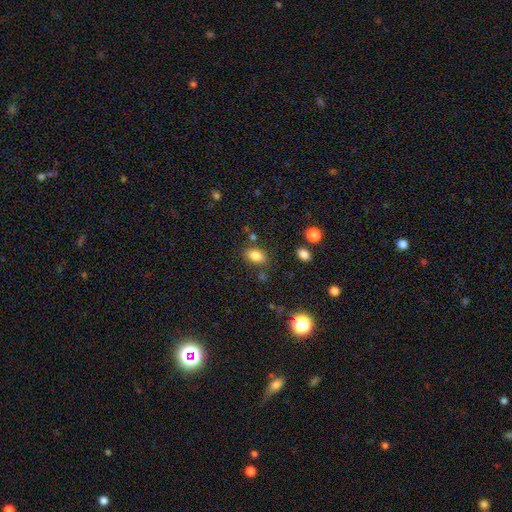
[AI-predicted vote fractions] This is clearly a smooth galaxy (83%). How rounded: likely in between (79%). Merging: likely none (78%).